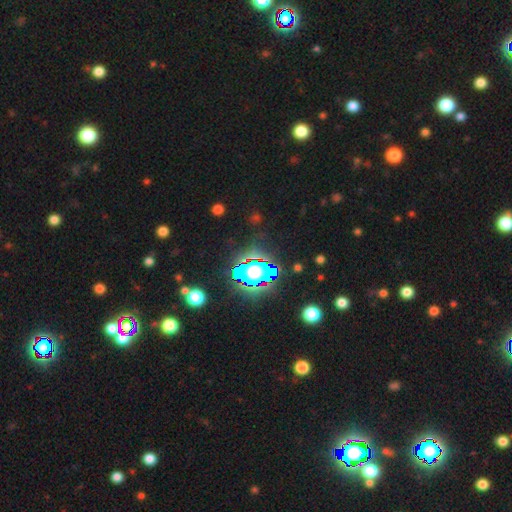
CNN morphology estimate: type=star or artifact (71%).